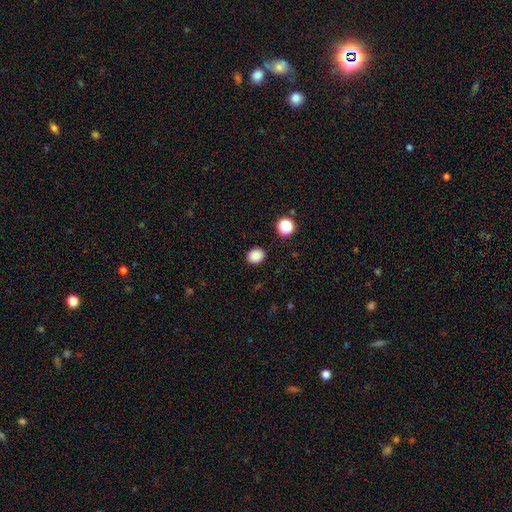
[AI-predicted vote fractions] Morphology: type=smooth (86%); roundness=round (65%); merging=none (90%).